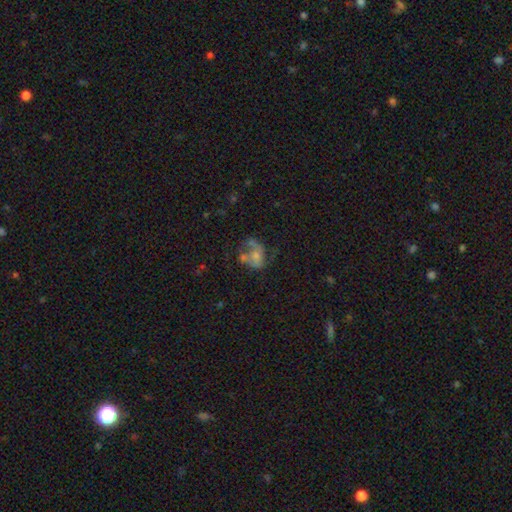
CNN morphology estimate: A featured or disk galaxy (49%). Merging: major disturbance (32%).